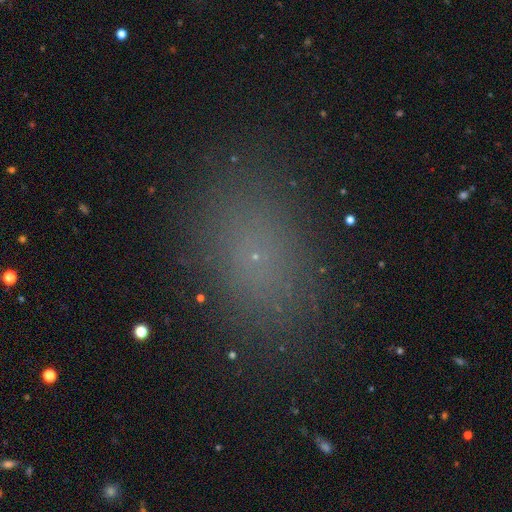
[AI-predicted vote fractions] A smooth galaxy with no disk features (67%) that is in between round and cigar-shaped (81%).

Vote fractions:
- Smooth or featured? smooth: 67% / star or artifact: 24% / featured or disk: 9%
- How rounded? in between: 81% / round: 17% / cigar-shaped: 2%
- Merging? none: 86% / minor disturbance: 9% / major disturbance: 3% / merger: 1%